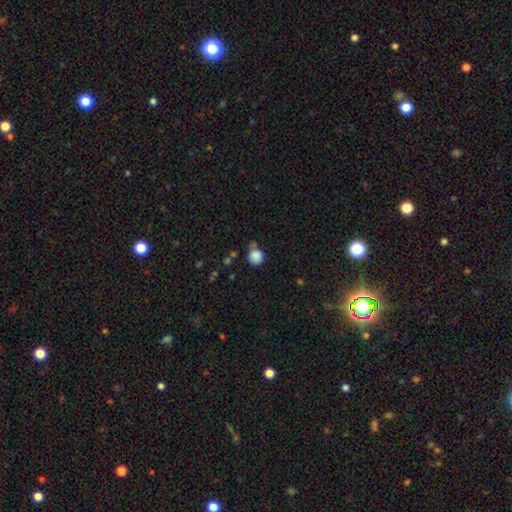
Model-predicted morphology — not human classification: smooth-or-featured: smooth: 86% | star or artifact: 10% | featured or disk: 4%
  how-rounded: round: 86% | in between: 13% | cigar-shaped: 1%
  merging: none: 66% | minor disturbance: 19% | merger: 10% | major disturbance: 5%